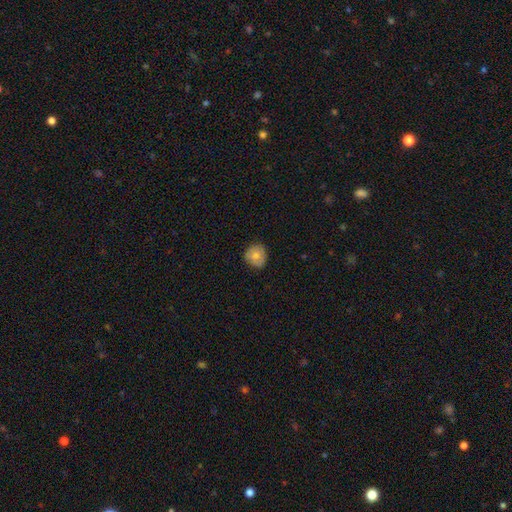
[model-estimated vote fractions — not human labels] Q: Smooth or featured?
A: smooth (76%); runner-up: featured or disk (16%)
Q: How rounded?
A: round (85%); runner-up: in between (14%)
Q: Merging?
A: none (79%); runner-up: minor disturbance (17%)